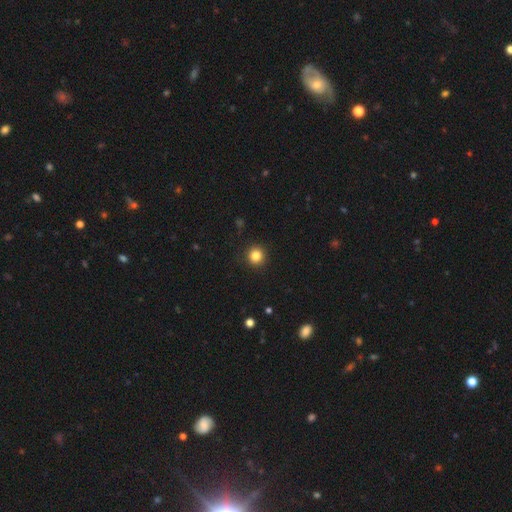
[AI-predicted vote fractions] A smooth galaxy with no disk features (84%) that is round (94%).

Vote fractions:
- Smooth or featured? smooth: 84% / star or artifact: 11% / featured or disk: 5%
- How rounded? round: 94% / in between: 5% / cigar-shaped: 1%
- Merging? none: 92% / minor disturbance: 5% / major disturbance: 2% / merger: 1%